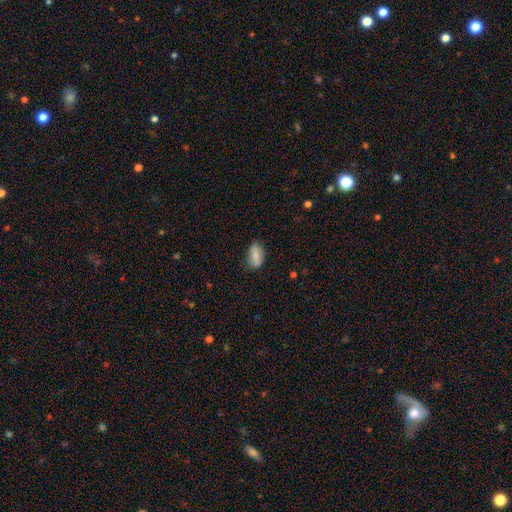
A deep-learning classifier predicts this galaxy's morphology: This is likely a smooth galaxy (76%). How rounded: clearly in between (90%). Merging: likely none (70%).